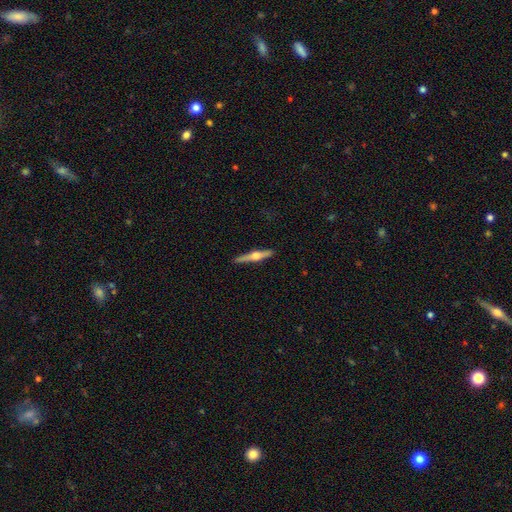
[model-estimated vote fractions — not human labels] Smooth or featured: featured or disk — 70% (smooth — 25%)
Edge-on disk: yes — 98% (no — 2%)
Edge-on bulge: rounded — 93% (boxy — 4%)
Merging: none — 90% (minor disturbance — 7%)